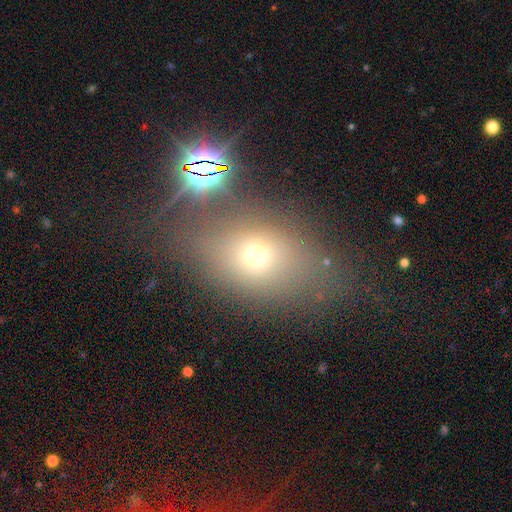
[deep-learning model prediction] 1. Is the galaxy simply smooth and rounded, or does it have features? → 57% smooth, 26% star or artifact, 17% featured or disk.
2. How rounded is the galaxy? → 65% in between, 33% round, 3% cigar-shaped.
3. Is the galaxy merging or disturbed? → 68% none, 15% minor disturbance, 9% major disturbance, 8% merger.